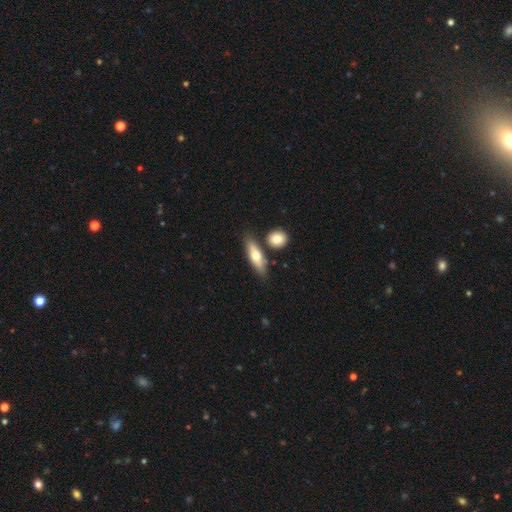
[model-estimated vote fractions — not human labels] Smooth or featured? smooth (60%)
How rounded? cigar-shaped (51%)
Merging? none (72%)